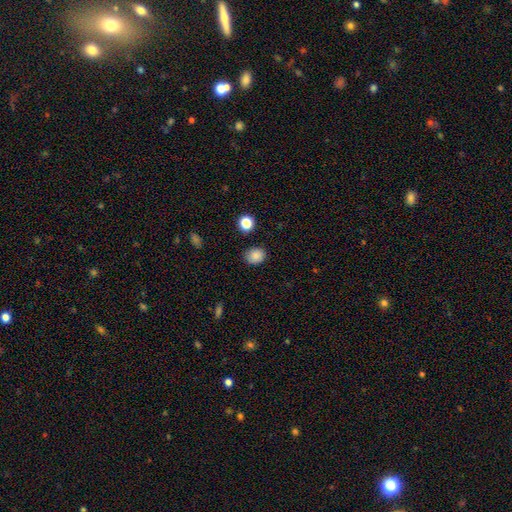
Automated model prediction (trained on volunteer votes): Smooth or featured: smooth — 84% (star or artifact — 11%)
How rounded: round — 60% (in between — 39%)
Merging: none — 81% (minor disturbance — 14%)